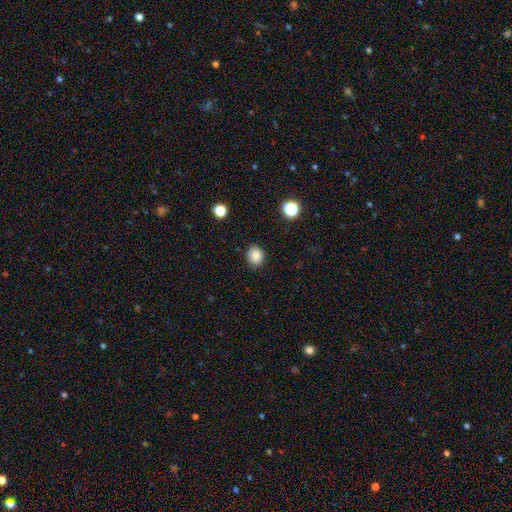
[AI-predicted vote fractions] A smooth galaxy with no disk features (86%) that is round (60%). Merging: none (85%).